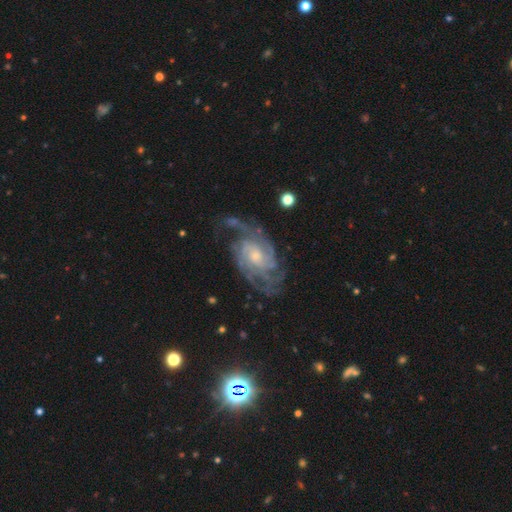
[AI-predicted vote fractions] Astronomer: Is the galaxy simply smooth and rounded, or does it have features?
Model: featured or disk — 89%.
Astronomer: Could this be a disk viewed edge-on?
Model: no — 97%.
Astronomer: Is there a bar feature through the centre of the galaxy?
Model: no — 64%.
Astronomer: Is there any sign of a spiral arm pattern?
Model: yes — 97%.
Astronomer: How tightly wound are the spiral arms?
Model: tight — 56% (runner-up: medium, 35%).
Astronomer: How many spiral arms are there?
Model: can't tell — 26% (runner-up: 2, 21%).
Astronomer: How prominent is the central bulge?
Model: small — 53% (runner-up: moderate, 40%).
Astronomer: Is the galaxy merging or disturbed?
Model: none — 68%.